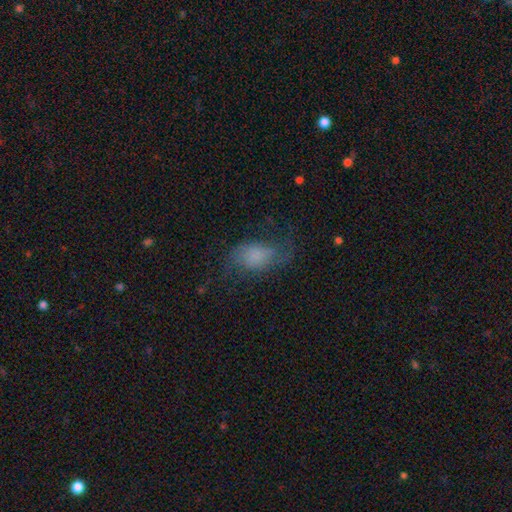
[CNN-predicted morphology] A smooth galaxy with no disk features (48%).

Vote fractions:
- Smooth or featured? smooth: 48% / featured or disk: 41% / star or artifact: 11%
- Merging? none: 51% / major disturbance: 24% / minor disturbance: 23% / merger: 2%